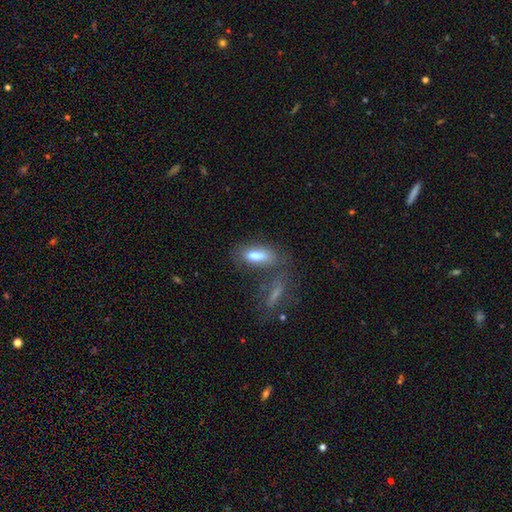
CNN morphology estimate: This appears to be a smooth galaxy with no disk features (77%) that is in between round and cigar-shaped (71%). Merging: none (50%).